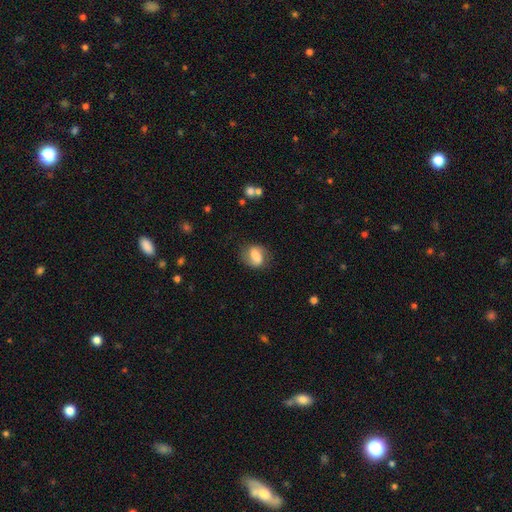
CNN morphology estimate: A featured or disk galaxy (47%).

Vote fractions:
- Smooth or featured? featured or disk: 47% / smooth: 45% / star or artifact: 8%
- Merging? none: 73% / minor disturbance: 18% / major disturbance: 7% / merger: 2%